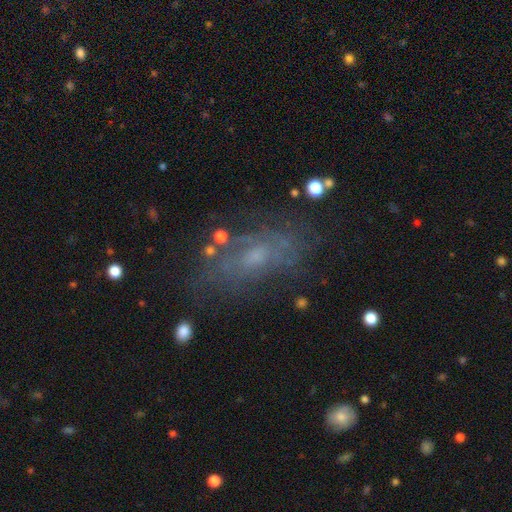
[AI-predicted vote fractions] The model was most divided on "smooth or featured": featured or disk: 45%, smooth: 35%, star or artifact: 20%. More confident: merging — none (70%).